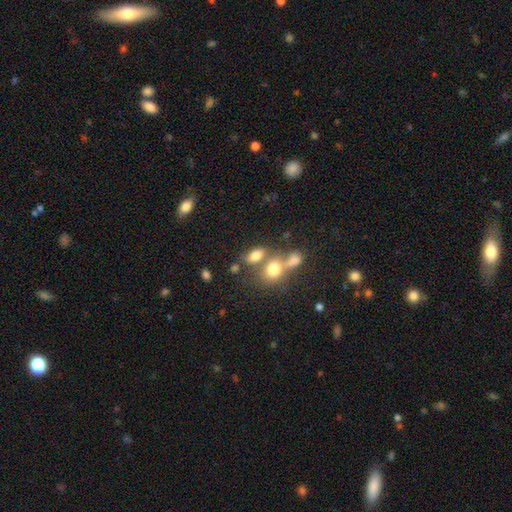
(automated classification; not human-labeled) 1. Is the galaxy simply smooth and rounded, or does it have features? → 76% smooth, 13% featured or disk, 12% star or artifact.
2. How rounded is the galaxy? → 77% in between, 19% round, 3% cigar-shaped.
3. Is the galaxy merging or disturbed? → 42% none, 41% merger, 11% minor disturbance, 6% major disturbance.